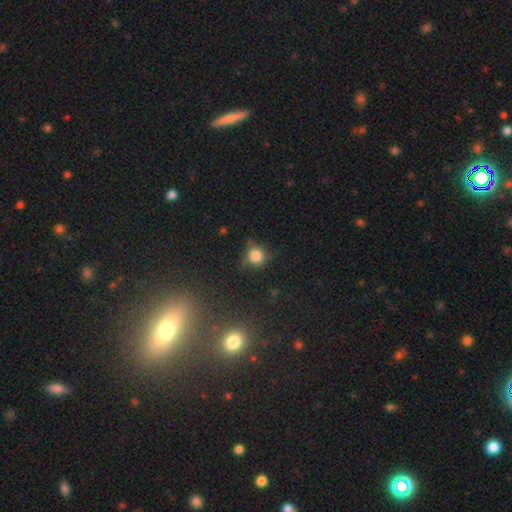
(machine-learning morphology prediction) Q: Smooth or featured?
A: smooth (80%); runner-up: star or artifact (14%)
Q: How rounded?
A: round (90%); runner-up: in between (9%)
Q: Merging?
A: none (69%); runner-up: minor disturbance (21%)